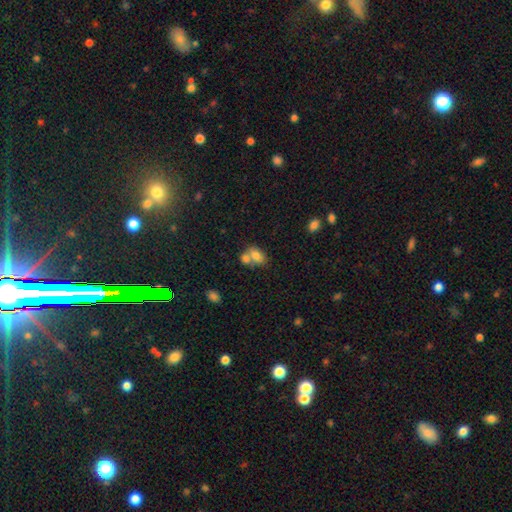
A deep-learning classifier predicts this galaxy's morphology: The model was most divided on "merging": merger: 54%, none: 31%, minor disturbance: 10%, major disturbance: 4%. More confident: how rounded — in between (82%); smooth or featured — smooth (76%).